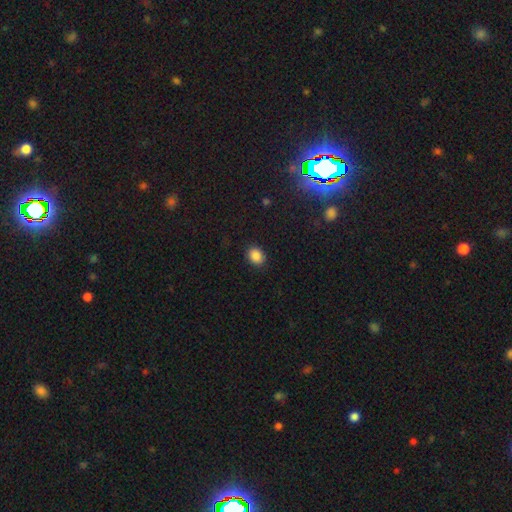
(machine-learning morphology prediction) Smooth or featured?
  - smooth: 88% *
  - star or artifact: 9%
  - featured or disk: 3%
How rounded?
  - in between: 56% *
  - round: 43%
  - cigar-shaped: 1%
Merging?
  - none: 88% *
  - minor disturbance: 9%
  - major disturbance: 2%
  - merger: 1%